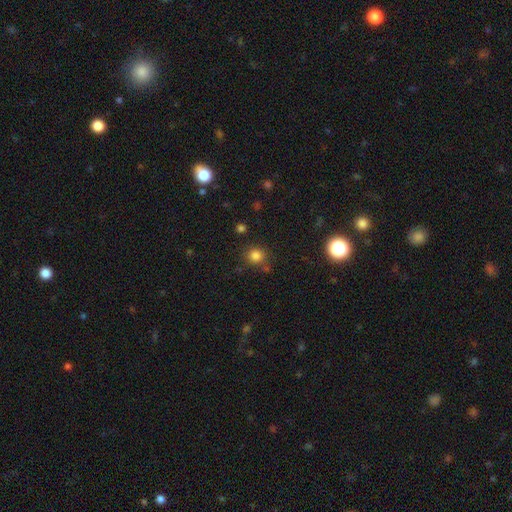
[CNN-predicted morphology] This is clearly a smooth galaxy (81%). How rounded: clearly round (85%). Merging: likely none (79%).